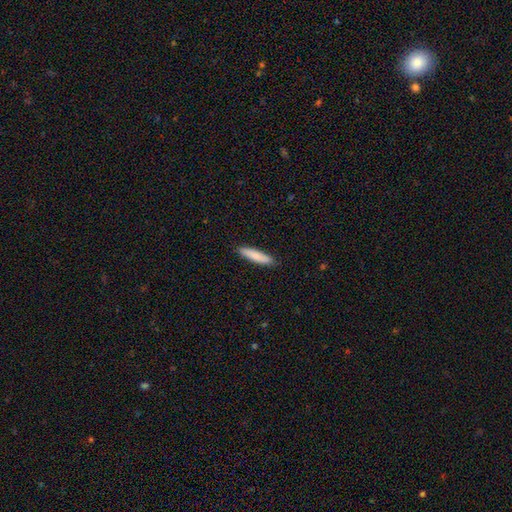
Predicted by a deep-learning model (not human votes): A smooth galaxy with no disk features (83%) that is cigar-shaped (83%).

Vote fractions:
- Smooth or featured? smooth: 83% / featured or disk: 12% / star or artifact: 5%
- How rounded? cigar-shaped: 83% / in between: 16% / round: 1%
- Merging? none: 89% / minor disturbance: 8% / major disturbance: 1% / merger: 1%